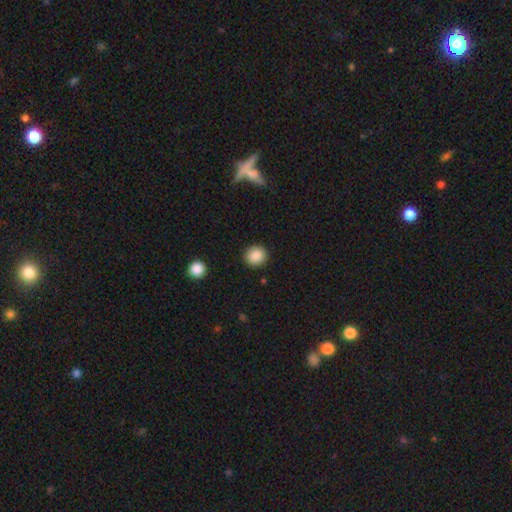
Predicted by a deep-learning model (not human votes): This is clearly a smooth galaxy (88%). How rounded: clearly round (88%). Merging: clearly none (91%).